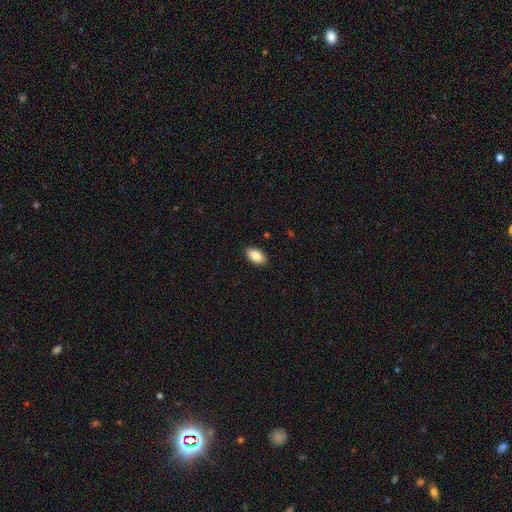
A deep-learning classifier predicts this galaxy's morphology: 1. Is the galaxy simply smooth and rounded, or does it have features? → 89% smooth, 7% star or artifact, 5% featured or disk.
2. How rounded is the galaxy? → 94% in between, 4% round, 2% cigar-shaped.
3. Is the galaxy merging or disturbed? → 89% none, 8% minor disturbance, 2% major disturbance, 1% merger.